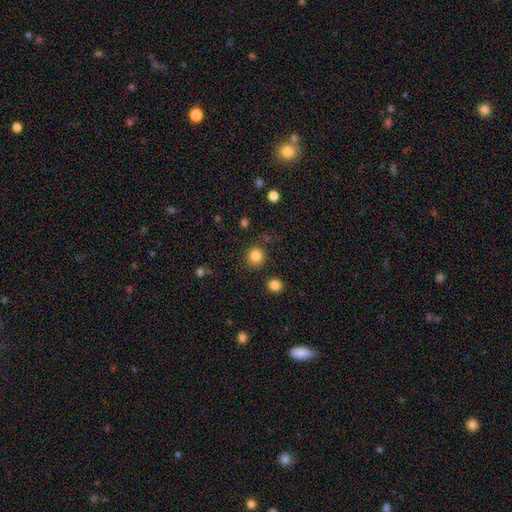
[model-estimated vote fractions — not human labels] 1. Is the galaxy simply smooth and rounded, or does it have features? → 85% smooth, 11% star or artifact, 4% featured or disk.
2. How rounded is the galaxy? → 88% round, 11% in between, 1% cigar-shaped.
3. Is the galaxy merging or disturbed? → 86% none, 8% minor disturbance, 3% merger, 3% major disturbance.